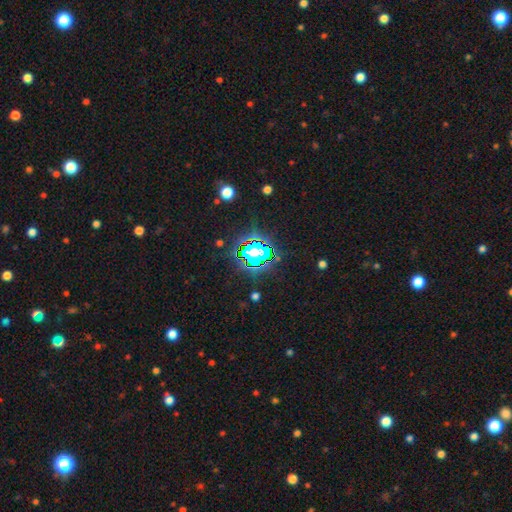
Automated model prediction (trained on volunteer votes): Morphology: type=star or artifact (66%).